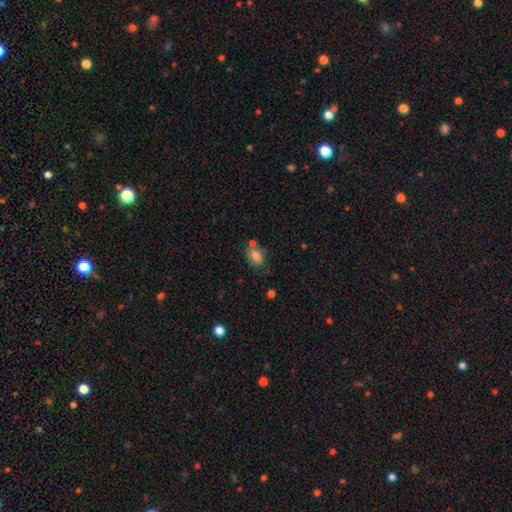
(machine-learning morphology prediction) A smooth galaxy with no disk features (81%) that is in between round and cigar-shaped (85%). Merging: none (56%).